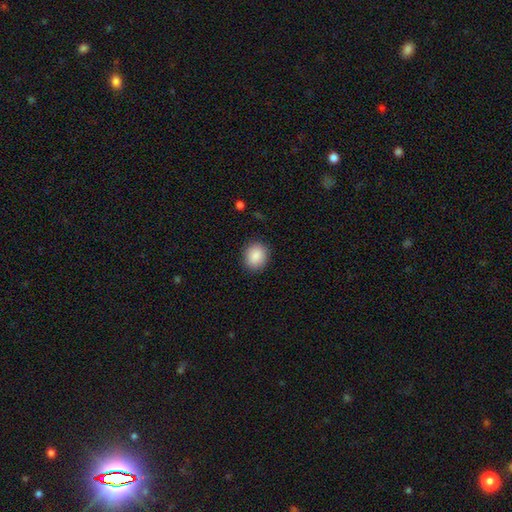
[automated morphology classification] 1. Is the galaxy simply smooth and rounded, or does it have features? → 88% smooth, 7% star or artifact, 5% featured or disk.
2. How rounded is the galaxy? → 70% round, 30% in between, 1% cigar-shaped.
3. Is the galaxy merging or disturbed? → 88% none, 8% minor disturbance, 2% major disturbance, 1% merger.